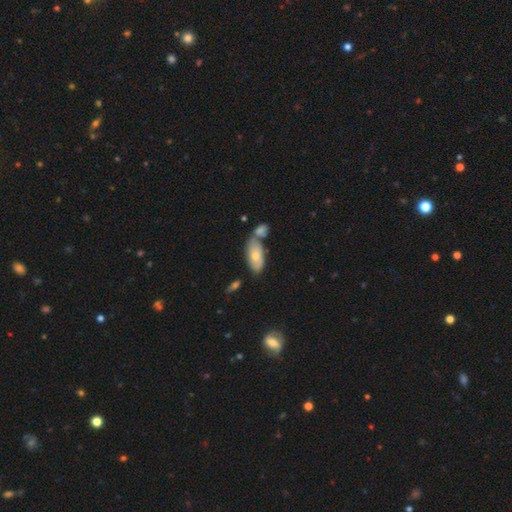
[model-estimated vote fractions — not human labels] Q: Smooth or featured?
A: smooth (67%); runner-up: featured or disk (26%)
Q: How rounded?
A: in between (90%); runner-up: cigar-shaped (7%)
Q: Merging?
A: none (48%); runner-up: merger (32%)